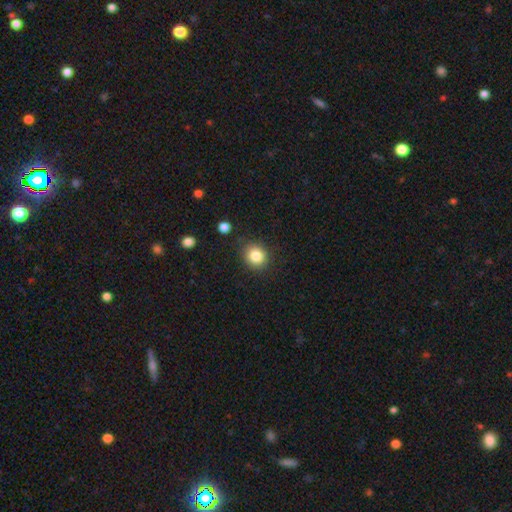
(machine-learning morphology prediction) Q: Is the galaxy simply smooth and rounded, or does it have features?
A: smooth — 84%.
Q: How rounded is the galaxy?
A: round — 79%.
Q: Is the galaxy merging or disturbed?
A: none — 86%.